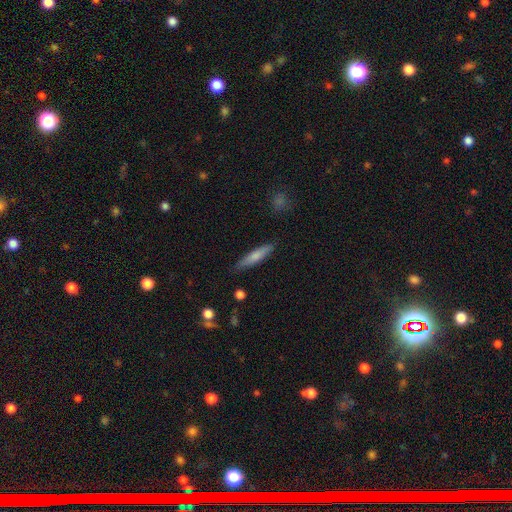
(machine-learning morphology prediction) A smooth galaxy with no disk features (71%) that is cigar-shaped (87%).

Vote fractions:
- Smooth or featured? smooth: 71% / featured or disk: 23% / star or artifact: 6%
- How rounded? cigar-shaped: 87% / in between: 12% / round: 1%
- Merging? none: 86% / minor disturbance: 11% / major disturbance: 2% / merger: 2%